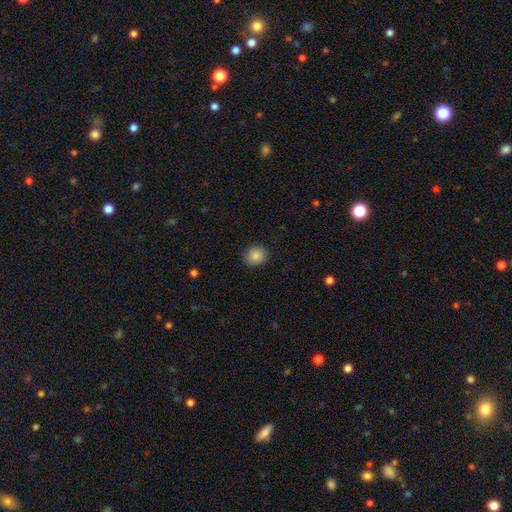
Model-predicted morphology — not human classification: Smooth or featured: smooth — 87% (star or artifact — 9%)
How rounded: round — 74% (in between — 26%)
Merging: none — 89% (minor disturbance — 7%)